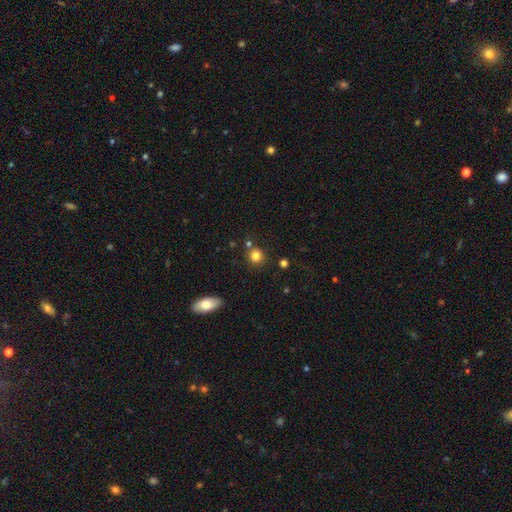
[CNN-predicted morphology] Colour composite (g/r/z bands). It shows a smooth galaxy with no disk features (81%) that is round (87%). Merging: none (79%).